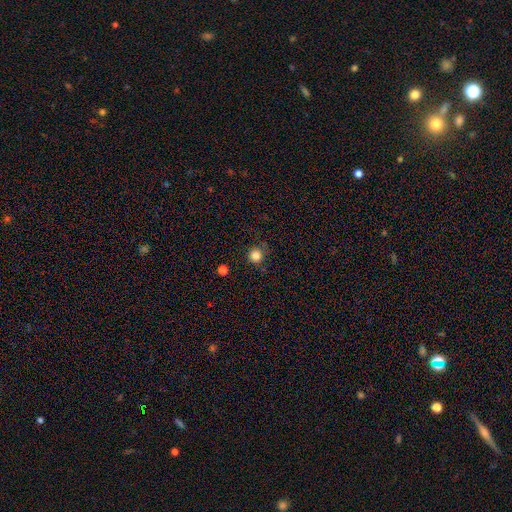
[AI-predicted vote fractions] smooth-or-featured: smooth: 83% | star or artifact: 12% | featured or disk: 4%
  how-rounded: round: 94% | in between: 5% | cigar-shaped: 1%
  merging: none: 84% | minor disturbance: 11% | major disturbance: 3% | merger: 2%